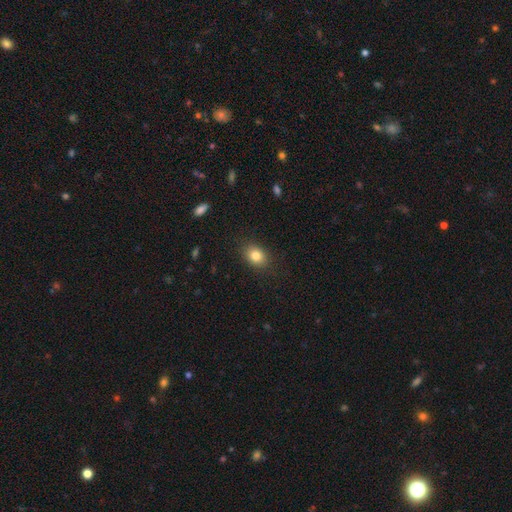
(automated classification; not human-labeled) smooth-or-featured: smooth: 82% | star or artifact: 10% | featured or disk: 8%
  how-rounded: in between: 63% | round: 36% | cigar-shaped: 1%
  merging: none: 86% | minor disturbance: 10% | major disturbance: 3% | merger: 1%